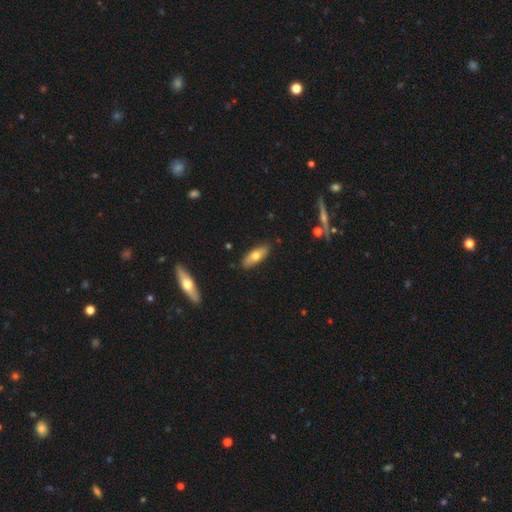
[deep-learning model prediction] The model was most divided on "how rounded": in between: 65%, cigar-shaped: 32%, round: 3%. More confident: merging — none (86%); smooth or featured — smooth (64%).